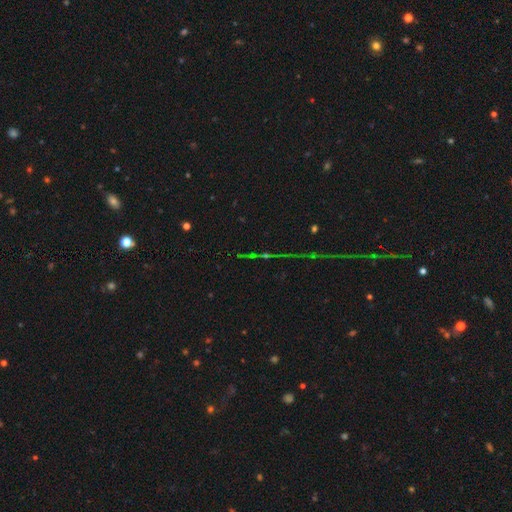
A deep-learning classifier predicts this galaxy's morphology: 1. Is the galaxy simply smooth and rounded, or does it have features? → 75% star or artifact, 13% smooth, 12% featured or disk.